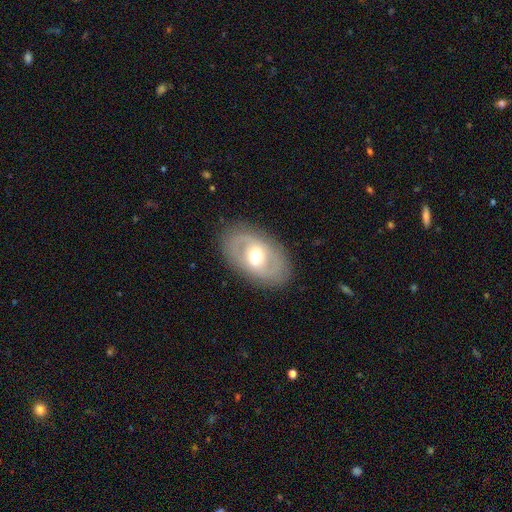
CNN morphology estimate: Smooth or featured? featured or disk (61%)
Edge-on disk? no (91%)
Bar? no (41%)
Spiral arms? no (59%)
Bulge size? moderate (69%)
Merging? none (83%)